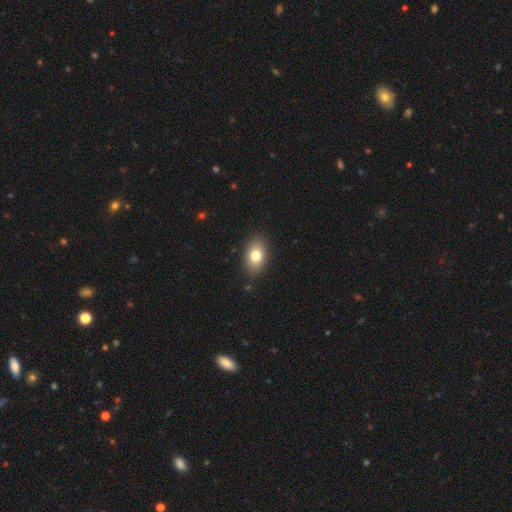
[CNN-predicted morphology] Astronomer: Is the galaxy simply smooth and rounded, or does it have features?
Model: smooth — 79%.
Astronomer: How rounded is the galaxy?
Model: in between — 87%.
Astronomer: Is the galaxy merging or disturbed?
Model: none — 86%.